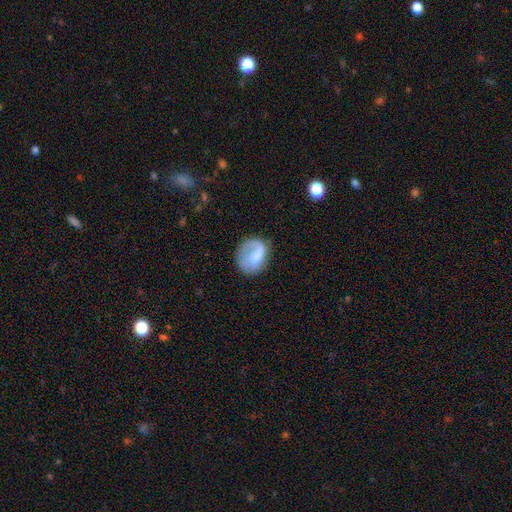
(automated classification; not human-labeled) smooth_or_featured: smooth (p=0.47) [alt: featured or disk p=0.46]
merging: none (p=0.52) [alt: major disturbance p=0.23]